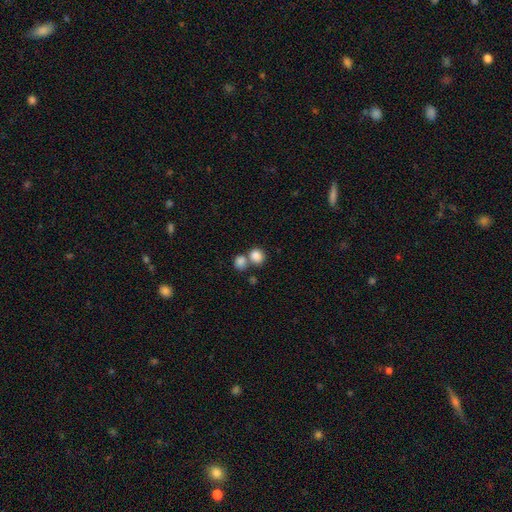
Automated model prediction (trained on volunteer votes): smooth-or-featured: smooth: 85% | star or artifact: 9% | featured or disk: 6%
  how-rounded: round: 74% | in between: 25% | cigar-shaped: 1%
  merging: none: 47% | merger: 42% | minor disturbance: 8% | major disturbance: 3%